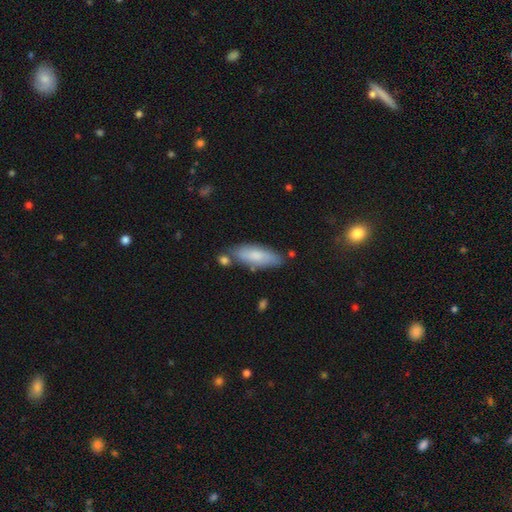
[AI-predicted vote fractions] Smooth or featured? smooth (75%)
How rounded? in between (58%)
Merging? none (72%)